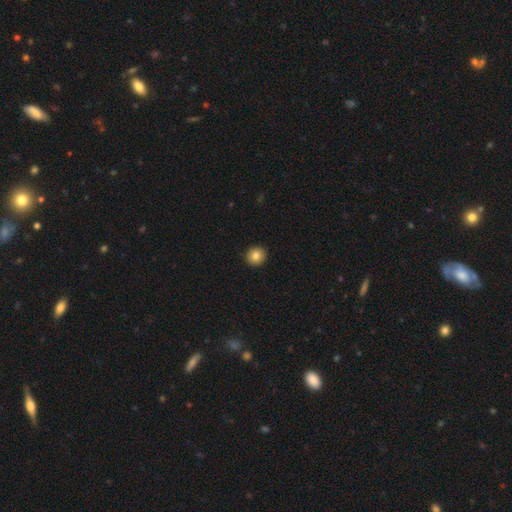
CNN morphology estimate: Q: Smooth or featured?
A: smooth (84%); runner-up: star or artifact (9%)
Q: How rounded?
A: round (93%); runner-up: in between (6%)
Q: Merging?
A: none (93%); runner-up: minor disturbance (4%)